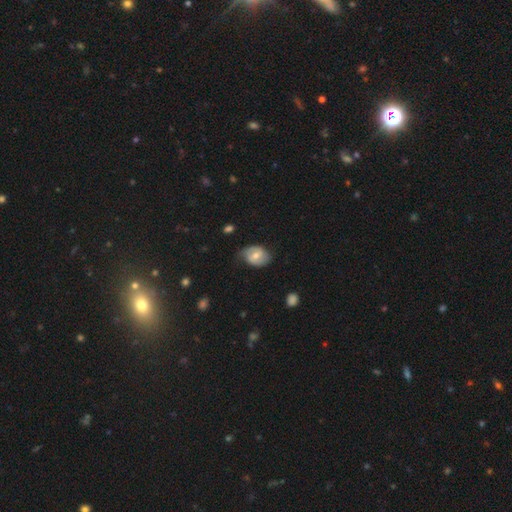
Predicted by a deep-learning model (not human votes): This is possibly a featured or disk galaxy (50%). It is clearly not viewed edge-on (96%). Merging: likely none (62%).